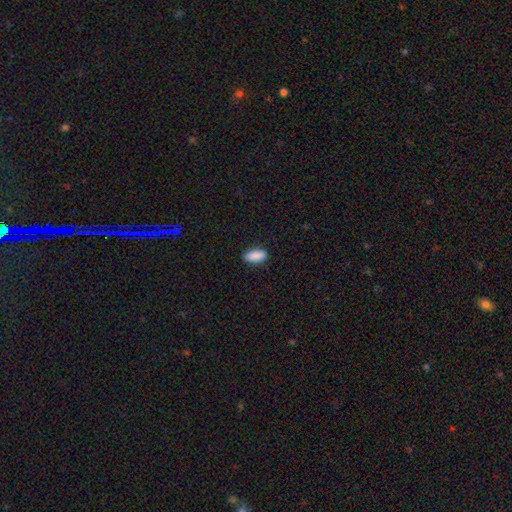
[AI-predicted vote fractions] A smooth galaxy with no disk features (90%) that is in between round and cigar-shaped (85%). Merging: none (88%).